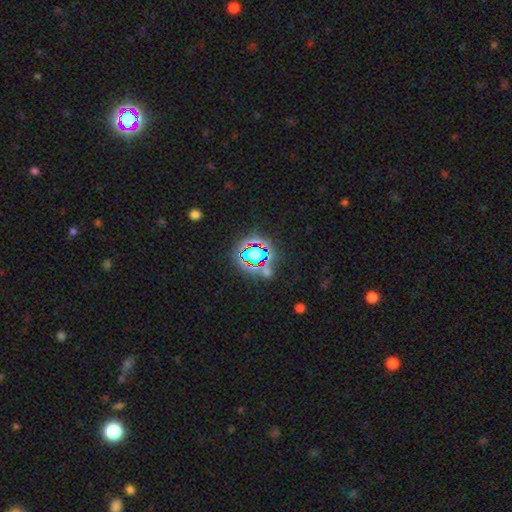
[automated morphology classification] Smooth or featured?
  - star or artifact: 68% *
  - smooth: 21%
  - featured or disk: 11%